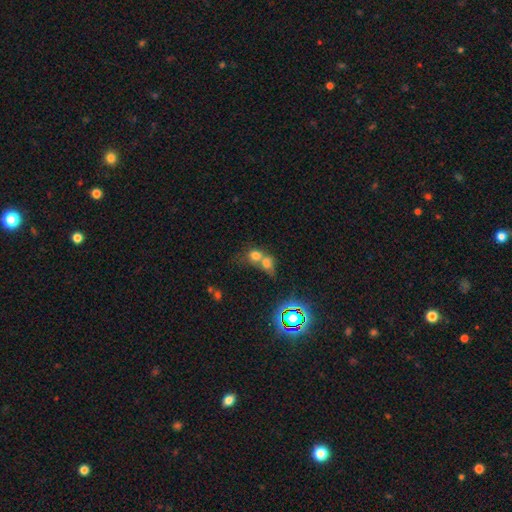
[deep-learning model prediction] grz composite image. It shows a smooth galaxy with no disk features (67%) that is round (66%). Merging: merger (65%).